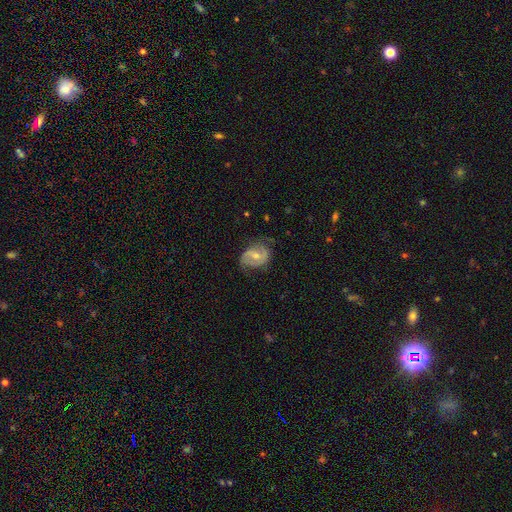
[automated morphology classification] Smooth or featured? featured or disk (73%)
Edge-on disk? no (97%)
Bar? weak (45%)
Spiral arms? yes (86%)
Spiral winding? medium (46%)
Spiral arm count? 2 (80%)
Bulge size? moderate (56%)
Merging? none (69%)